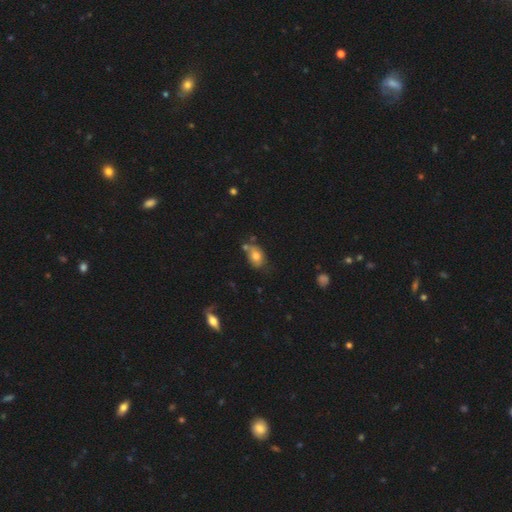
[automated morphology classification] The model was most divided on "merging": none: 48%, minor disturbance: 26%, merger: 18%, major disturbance: 8%. More confident: how rounded — in between (80%); smooth or featured — smooth (75%).